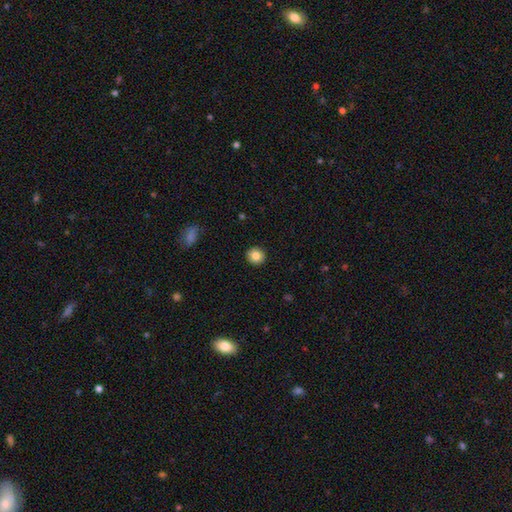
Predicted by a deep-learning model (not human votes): Smooth or featured: smooth — 83% (star or artifact — 9%)
How rounded: round — 91% (in between — 8%)
Merging: none — 92% (minor disturbance — 5%)